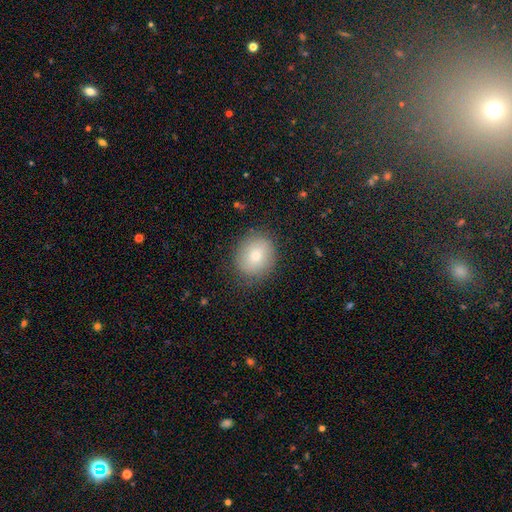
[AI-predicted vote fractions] This is likely a smooth galaxy (76%). How rounded: likely round (71%). Merging: clearly none (83%).